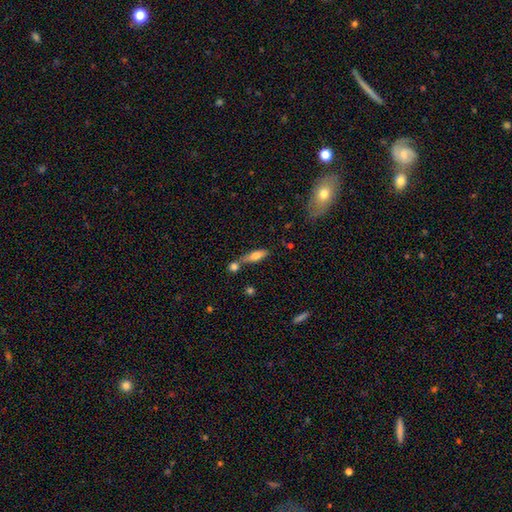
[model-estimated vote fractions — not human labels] Smooth or featured? smooth (67%)
How rounded? in between (50%)
Merging? none (51%)